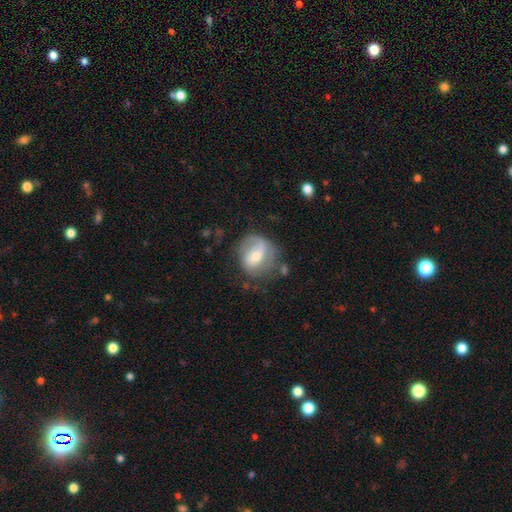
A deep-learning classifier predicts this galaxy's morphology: The model was most divided on "bar": weak: 44%, no: 31%, strong: 25%. More confident: edge-on disk — no (96%); spiral arms — yes (75%); smooth or featured — featured or disk (61%); merging — none (57%); bulge size — moderate (54%).